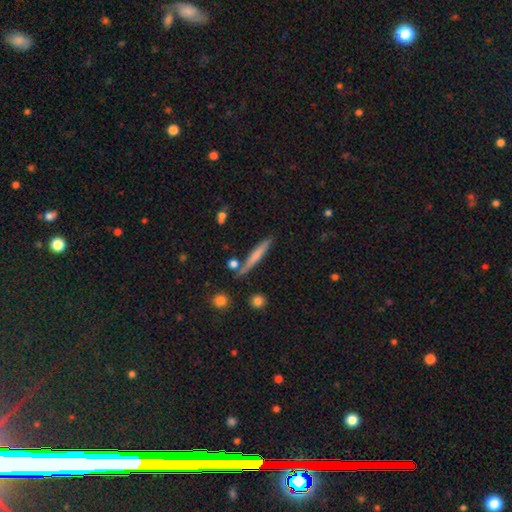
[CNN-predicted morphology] Smooth or featured: smooth — 59% (featured or disk — 35%)
How rounded: cigar-shaped — 93% (in between — 5%)
Merging: none — 81% (minor disturbance — 11%)